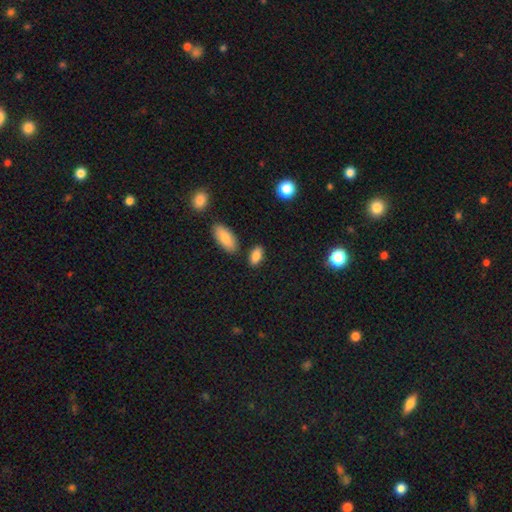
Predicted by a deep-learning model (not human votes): This appears to be a smooth galaxy with no disk features (85%) that is in between round and cigar-shaped (90%). Merging: none (82%).